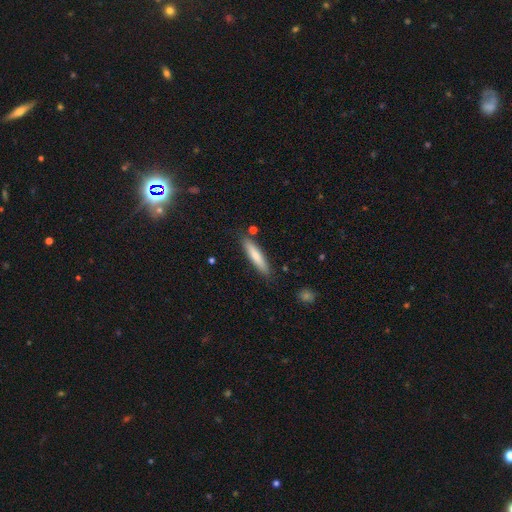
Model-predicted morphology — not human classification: Smooth or featured?
  - smooth: 74% *
  - featured or disk: 20%
  - star or artifact: 6%
How rounded?
  - cigar-shaped: 86% *
  - in between: 13%
  - round: 1%
Merging?
  - none: 85% *
  - minor disturbance: 10%
  - merger: 3%
  - major disturbance: 2%